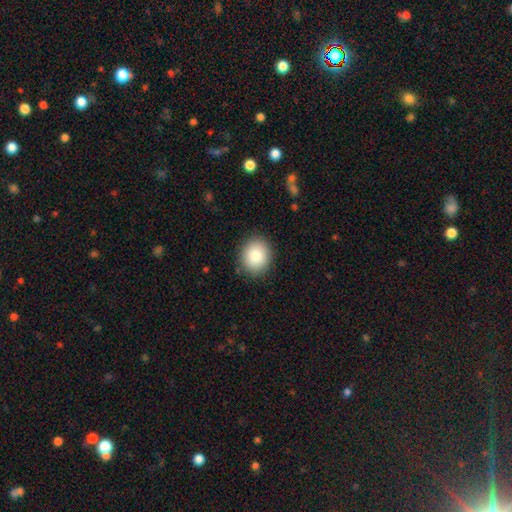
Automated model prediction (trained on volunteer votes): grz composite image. It shows a smooth galaxy with no disk features (85%) that is round (69%). Merging: none (88%).